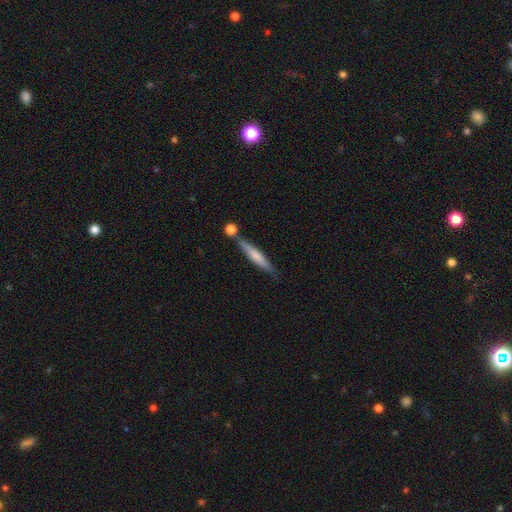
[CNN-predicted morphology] This appears to be a smooth galaxy with no disk features (59%) that is cigar-shaped (91%). Merging: none (71%).